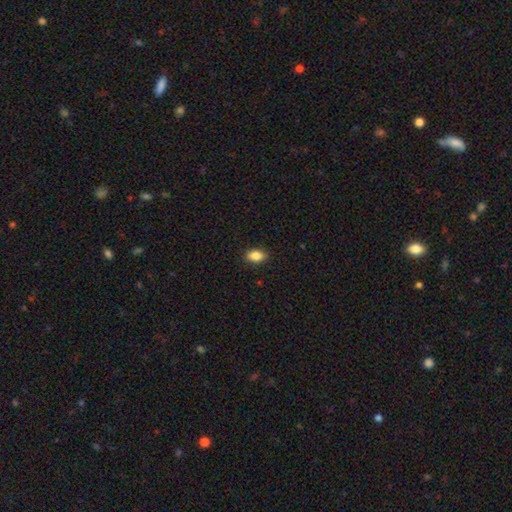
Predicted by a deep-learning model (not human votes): Smooth or featured? Predicted: smooth (p=0.87). How rounded? Predicted: in between (p=0.87). Merging? Predicted: none (p=0.89).